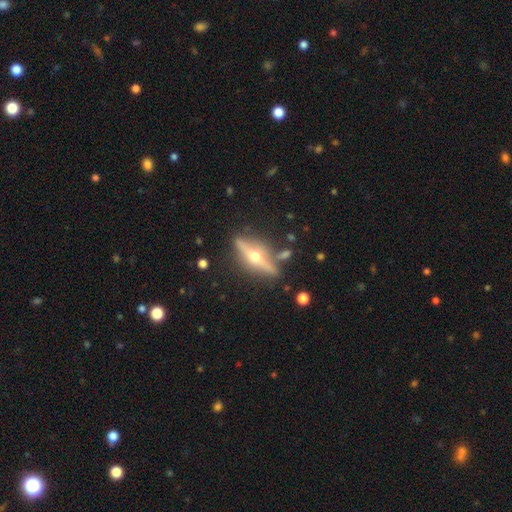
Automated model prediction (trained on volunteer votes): The model was most divided on "smooth or featured": featured or disk: 76%, smooth: 17%, star or artifact: 7%. More confident: edge-on bulge — rounded (96%); edge-on disk — yes (94%); merging — none (81%).